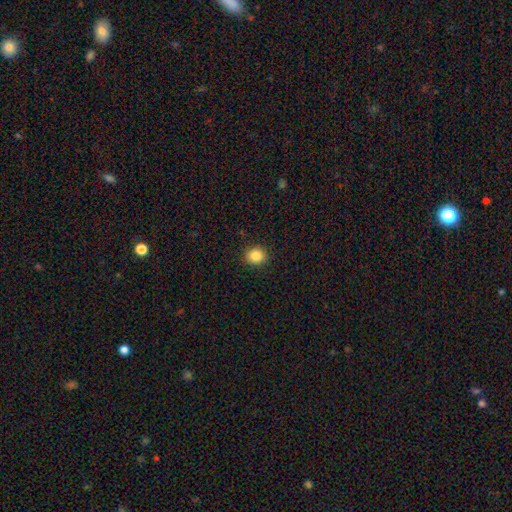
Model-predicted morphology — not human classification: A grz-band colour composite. It shows a smooth galaxy with no disk features (85%) that is round (72%). Merging: none (90%).